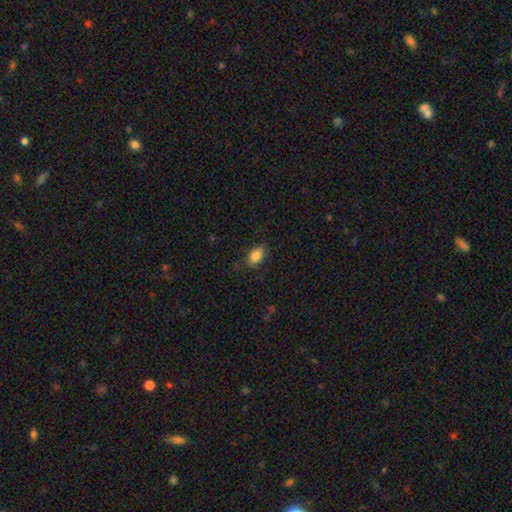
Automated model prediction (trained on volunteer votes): A smooth galaxy with no disk features (85%) that is in between round and cigar-shaped (89%). Merging: none (78%).